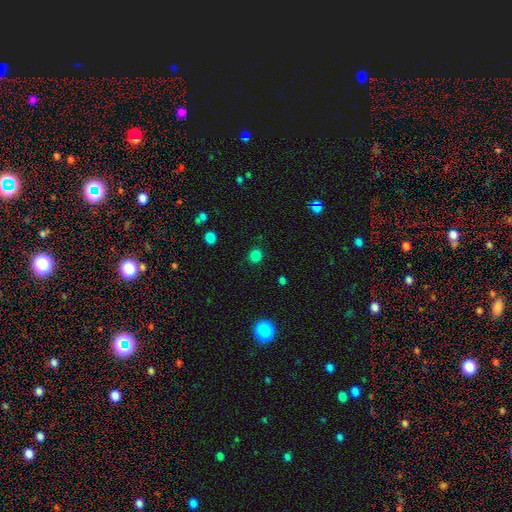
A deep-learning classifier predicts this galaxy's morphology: Q: Smooth or featured?
A: smooth (81%); runner-up: star or artifact (15%)
Q: How rounded?
A: round (86%); runner-up: in between (13%)
Q: Merging?
A: none (88%); runner-up: minor disturbance (8%)